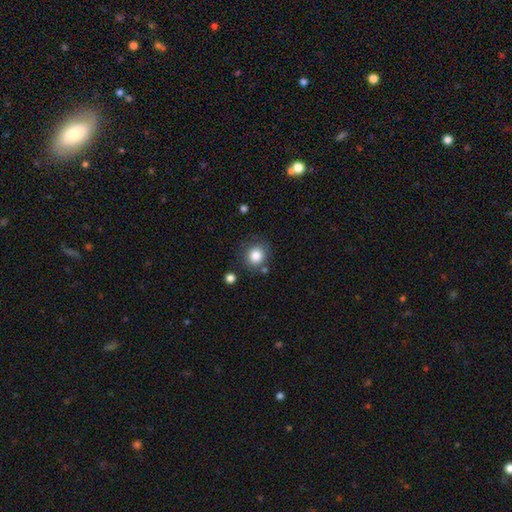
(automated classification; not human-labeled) This appears to be a smooth galaxy with no disk features (83%) that is round (82%). Merging: none (78%).